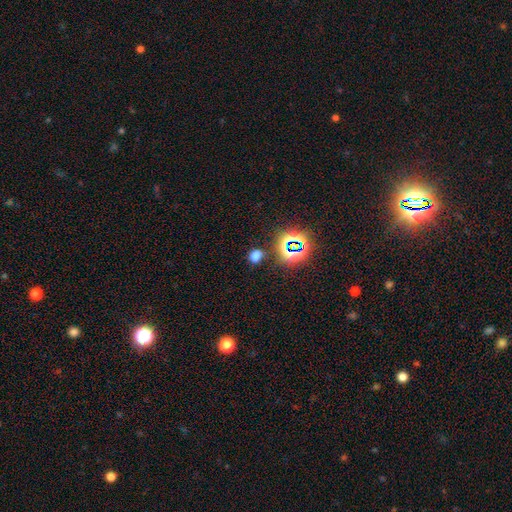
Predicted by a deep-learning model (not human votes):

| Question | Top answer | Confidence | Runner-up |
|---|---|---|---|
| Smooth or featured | smooth | 61% | star or artifact (33%) |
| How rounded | in between | 50% | round (49%) |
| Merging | none | 76% | minor disturbance (13%) |